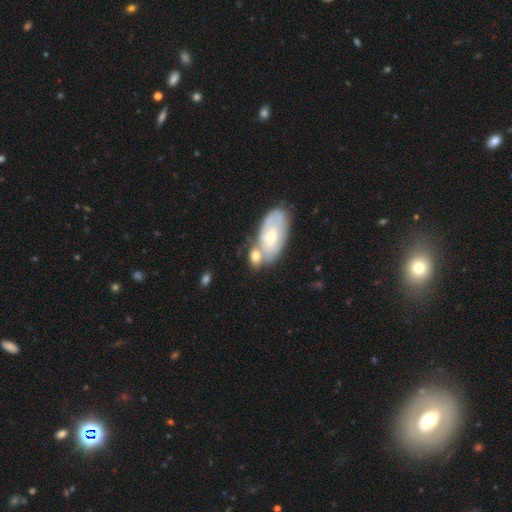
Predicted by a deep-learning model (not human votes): The model was most divided on "merging": merger: 44%, none: 36%, minor disturbance: 14%, major disturbance: 6%. More confident: how rounded — in between (77%); smooth or featured — smooth (58%).